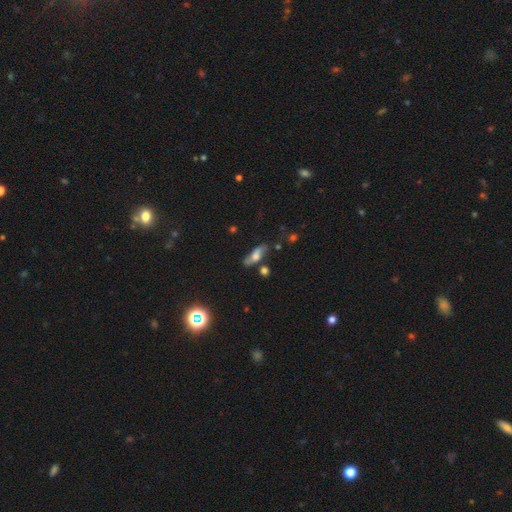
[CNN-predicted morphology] smooth 55%, featured or disk 35%, star or artifact 10%. Down the decision tree: how rounded — in between (62%); merging — none (61%).